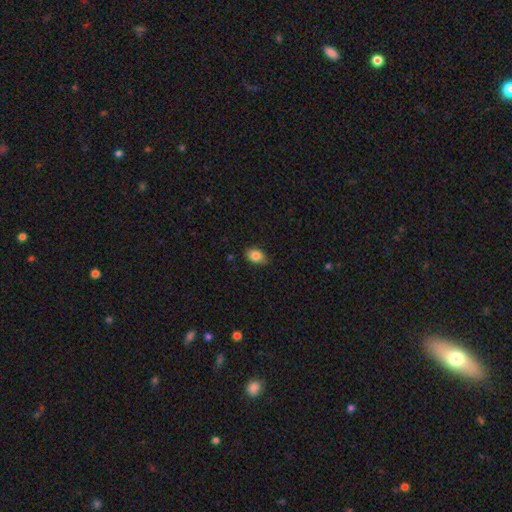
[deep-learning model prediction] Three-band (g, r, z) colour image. It shows a smooth galaxy with no disk features (85%) that is in between round and cigar-shaped (88%). Merging: none (81%).